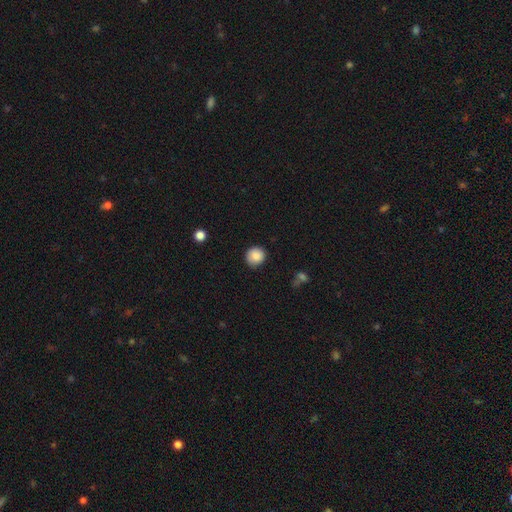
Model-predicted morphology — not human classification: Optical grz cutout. It shows a smooth galaxy with no disk features (86%) that is round (88%). Merging: none (82%).